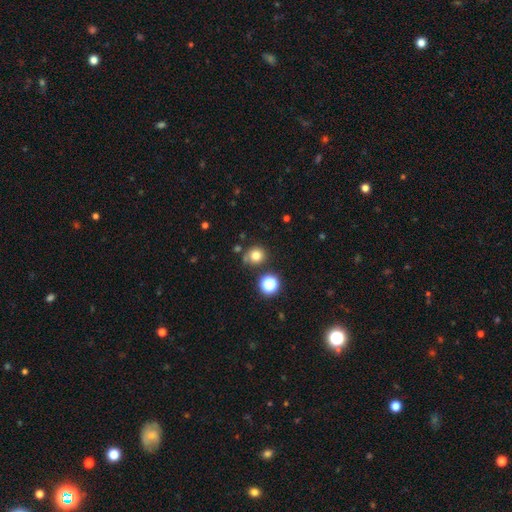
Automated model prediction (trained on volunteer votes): The model was most divided on "smooth or featured": smooth: 77%, star or artifact: 16%, featured or disk: 7%. More confident: how rounded — round (89%); merging — none (76%).